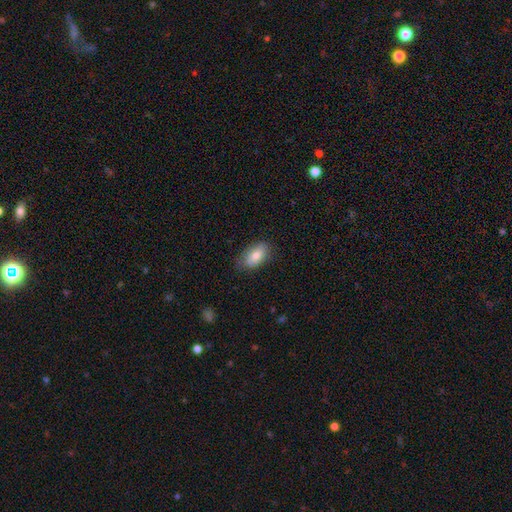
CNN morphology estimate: smooth 81%, featured or disk 12%, star or artifact 6%. Down the decision tree: how rounded — in between (92%); merging — none (76%).